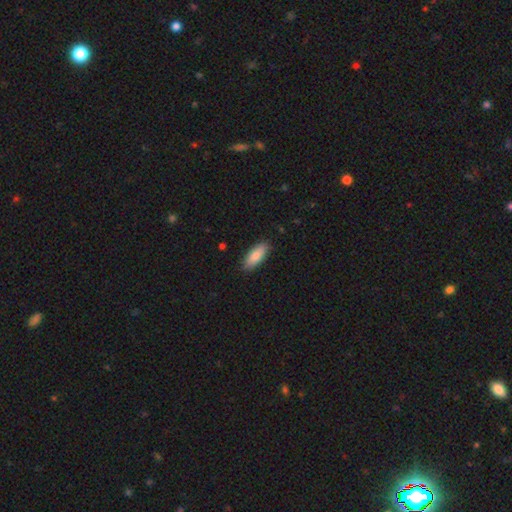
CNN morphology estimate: This is clearly a smooth galaxy (85%). How rounded: likely in between (76%). Merging: clearly none (86%).